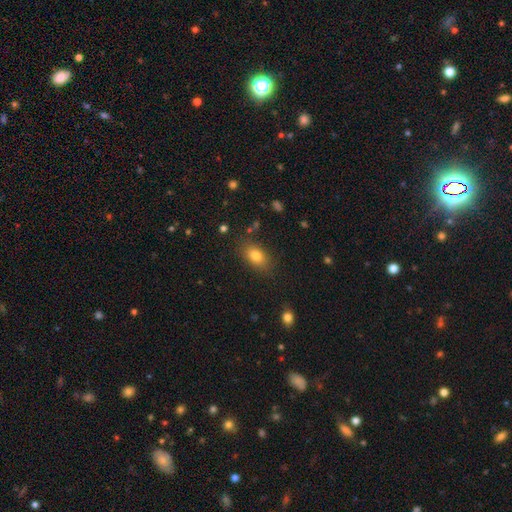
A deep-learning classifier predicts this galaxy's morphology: Smooth or featured? smooth (81%)
How rounded? in between (83%)
Merging? none (82%)